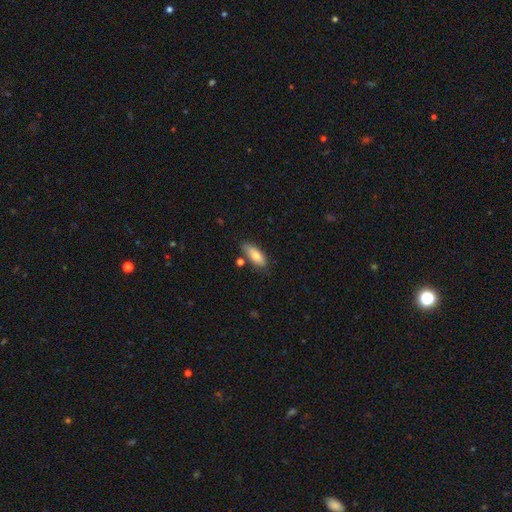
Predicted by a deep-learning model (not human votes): This is likely a smooth galaxy (72%). How rounded: likely in between (72%). Merging: likely none (73%).